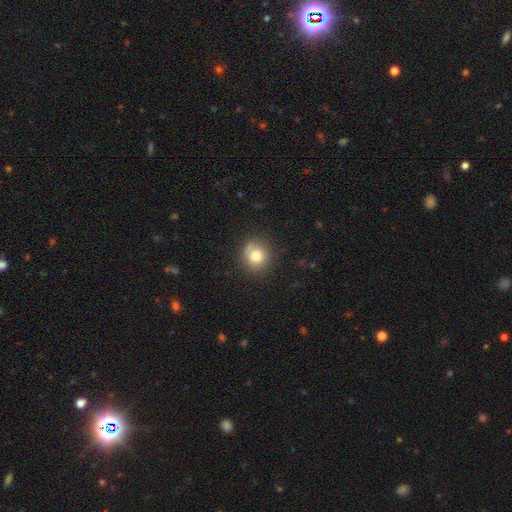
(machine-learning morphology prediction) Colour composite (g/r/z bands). It shows a smooth galaxy with no disk features (78%) that is round (87%). Merging: none (78%).